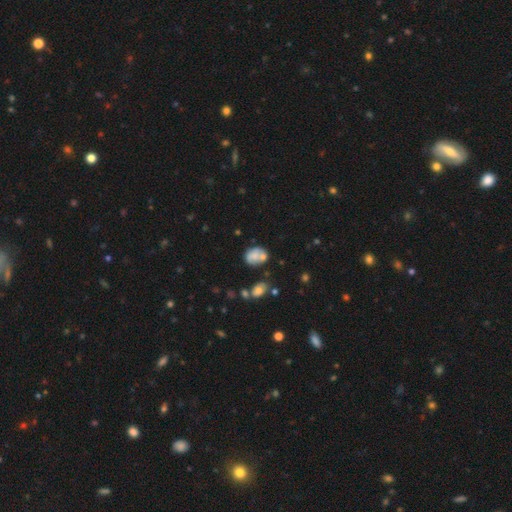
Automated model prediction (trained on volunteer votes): A smooth galaxy with no disk features (67%) that is in between round and cigar-shaped (59%). Merging: none (41%).